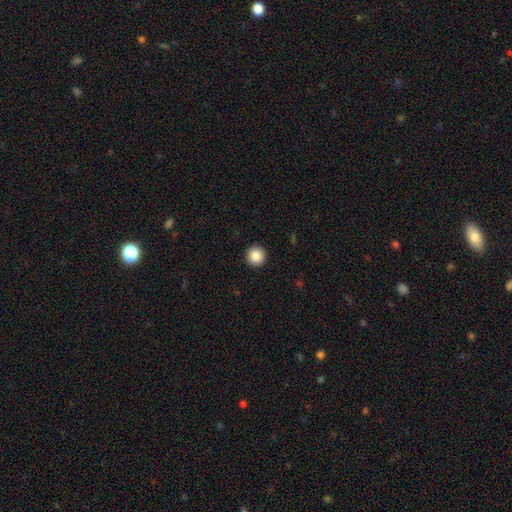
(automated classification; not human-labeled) smooth-or-featured: smooth: 86% | star or artifact: 9% | featured or disk: 5%
  how-rounded: round: 96% | in between: 3% | cigar-shaped: 1%
  merging: none: 94% | minor disturbance: 4% | major disturbance: 1% | merger: 1%